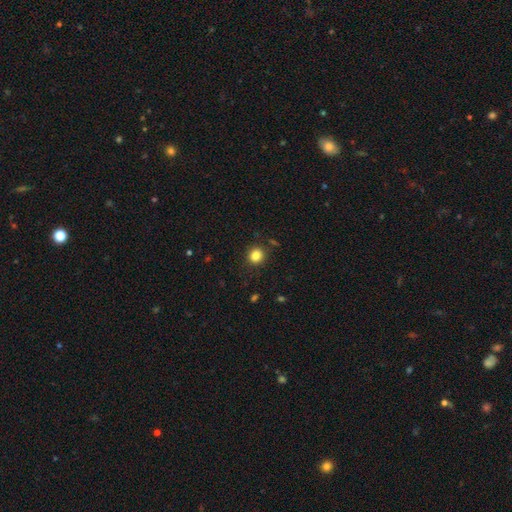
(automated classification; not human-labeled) A smooth galaxy with no disk features (84%) that is round (88%). Merging: none (88%).